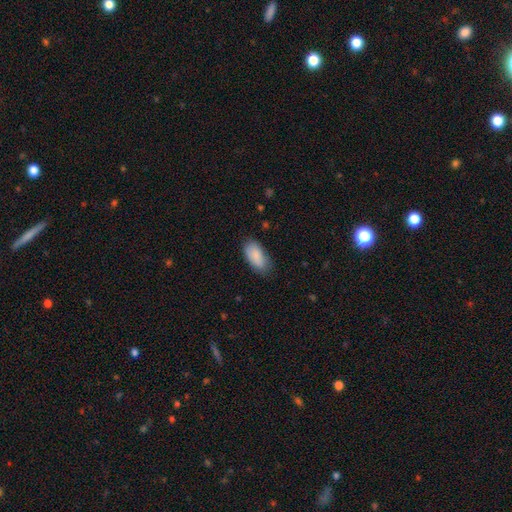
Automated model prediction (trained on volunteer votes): smooth 88%, star or artifact 6%, featured or disk 6%. Down the decision tree: how rounded — in between (92%); merging — none (75%).